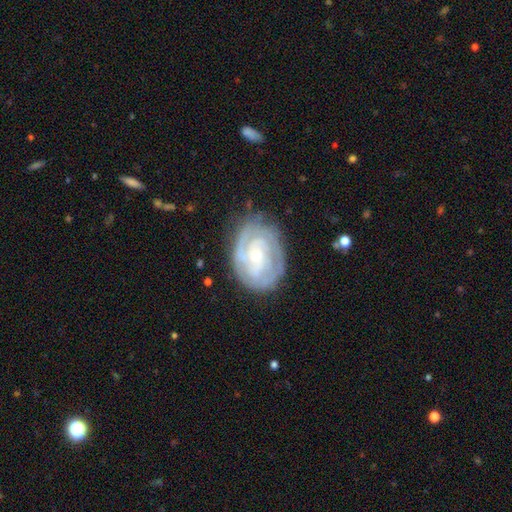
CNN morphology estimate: Overall: featured or disk (85%). Edge-on disk: no (97%). Bar: no (58%; weak 33%). Spiral arms: yes (95%). Spiral arm count: 2 (36%; can't tell 27%). Spiral winding: tight (69%). Bulge size: small (68%). Merging: none (75%).